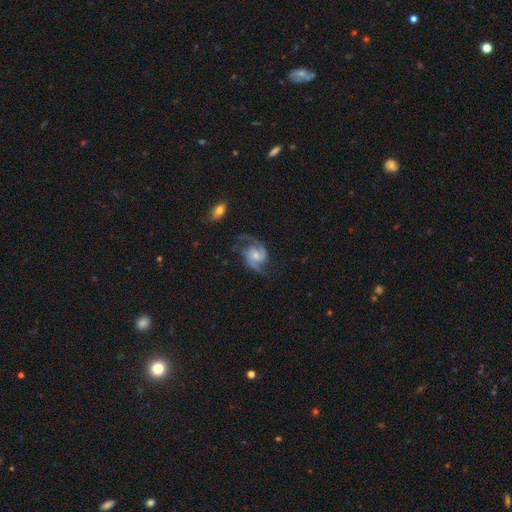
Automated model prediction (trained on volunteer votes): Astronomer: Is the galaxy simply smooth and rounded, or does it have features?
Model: featured or disk — 91%.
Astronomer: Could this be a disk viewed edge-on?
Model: no — 98%.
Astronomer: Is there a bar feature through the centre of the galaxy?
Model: no — 57% (runner-up: weak, 36%).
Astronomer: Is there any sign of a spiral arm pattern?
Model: yes — 98%.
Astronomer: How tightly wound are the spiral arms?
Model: medium — 57%.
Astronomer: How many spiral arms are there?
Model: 2 — 91%.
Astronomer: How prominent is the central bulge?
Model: moderate — 45% (runner-up: small, 41%).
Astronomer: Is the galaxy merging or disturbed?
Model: none — 70%.